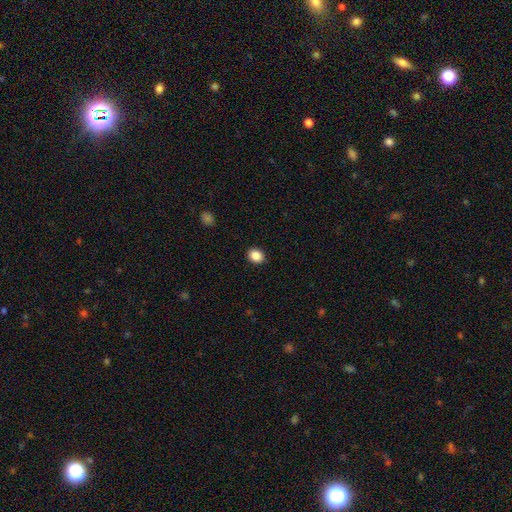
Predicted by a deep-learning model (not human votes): Q: Smooth or featured?
A: smooth (87%); runner-up: star or artifact (9%)
Q: How rounded?
A: in between (50%); runner-up: round (49%)
Q: Merging?
A: none (91%); runner-up: minor disturbance (6%)